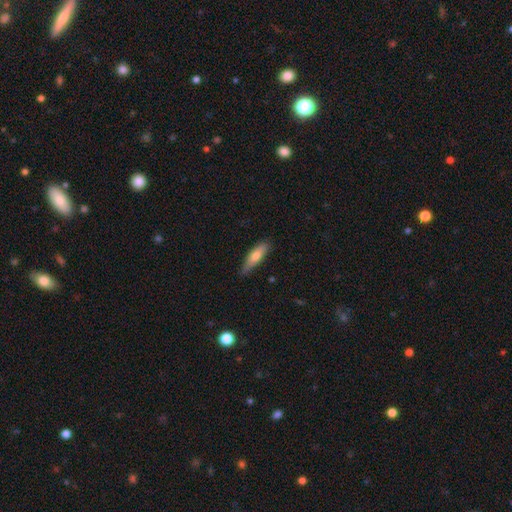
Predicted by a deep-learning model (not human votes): smooth-or-featured: smooth: 68% | featured or disk: 26% | star or artifact: 6%
  how-rounded: cigar-shaped: 65% | in between: 34% | round: 2%
  merging: none: 78% | minor disturbance: 18% | major disturbance: 3% | merger: 1%